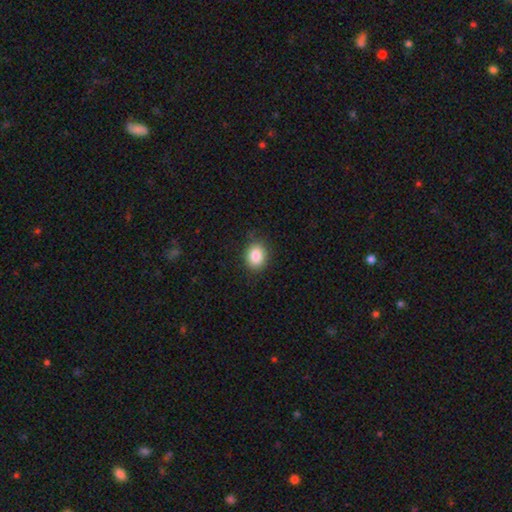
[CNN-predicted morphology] Smooth or featured?
  - smooth: 86% *
  - star or artifact: 9%
  - featured or disk: 5%
How rounded?
  - round: 53% *
  - in between: 46%
  - cigar-shaped: 1%
Merging?
  - none: 84% *
  - minor disturbance: 13%
  - major disturbance: 3%
  - merger: 1%